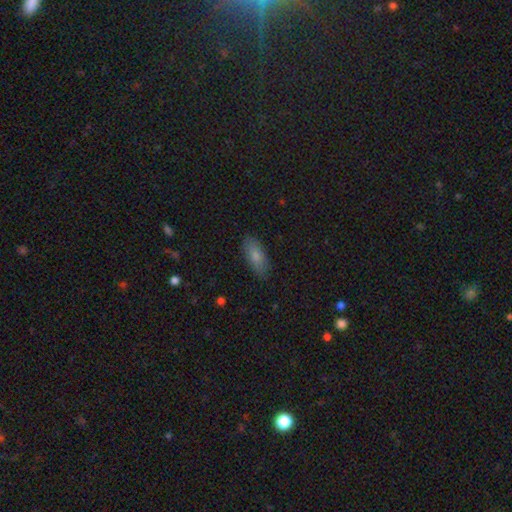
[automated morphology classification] smooth-or-featured: smooth: 81% | featured or disk: 13% | star or artifact: 7%
  how-rounded: in between: 82% | cigar-shaped: 15% | round: 2%
  merging: none: 84% | minor disturbance: 12% | major disturbance: 3% | merger: 1%